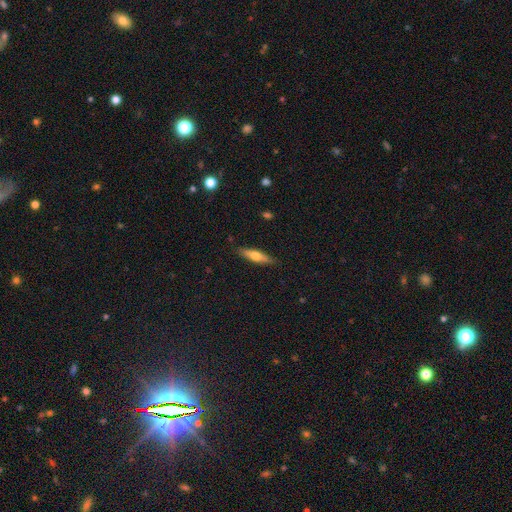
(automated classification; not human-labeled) Smooth or featured? smooth (54%)
How rounded? cigar-shaped (74%)
Merging? none (88%)